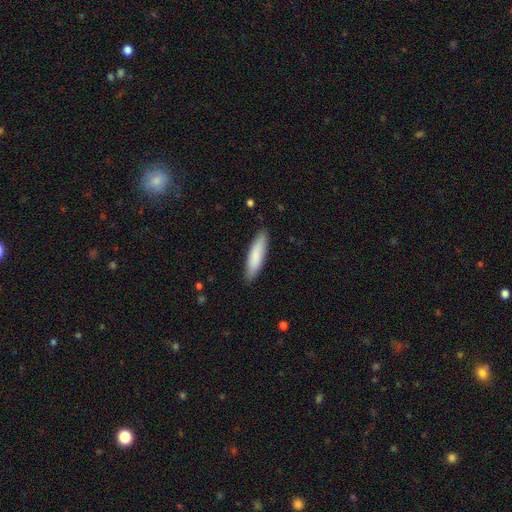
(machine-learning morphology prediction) Smooth or featured? smooth (84%)
How rounded? cigar-shaped (73%)
Merging? none (88%)